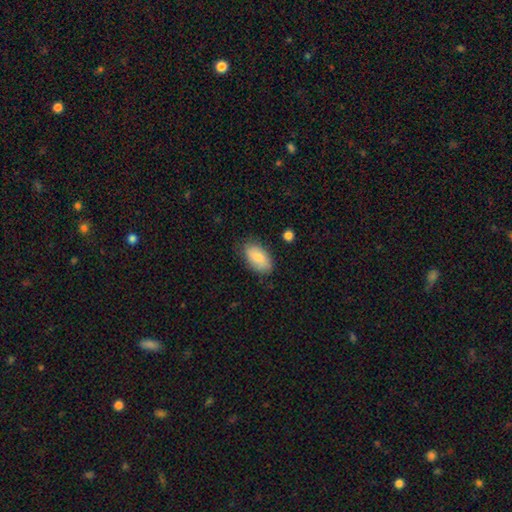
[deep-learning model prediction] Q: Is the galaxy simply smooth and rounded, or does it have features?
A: smooth — 83%.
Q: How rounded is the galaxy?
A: in between — 94%.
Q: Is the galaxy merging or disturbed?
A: none — 80%.